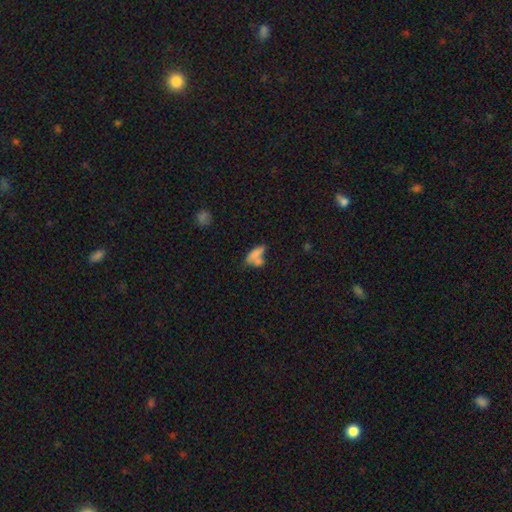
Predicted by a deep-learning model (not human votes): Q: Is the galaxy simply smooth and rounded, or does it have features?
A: smooth — 70%.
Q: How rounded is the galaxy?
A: in between — 60%.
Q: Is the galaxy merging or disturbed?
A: merger — 45%.